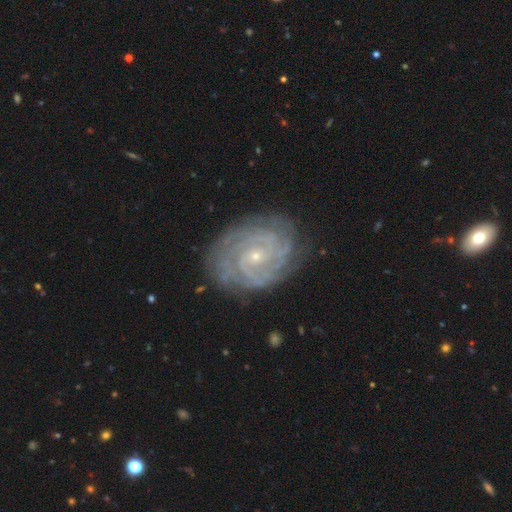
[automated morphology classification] Smooth or featured? featured or disk (85%)
Edge-on disk? no (97%)
Bar? no (59%)
Spiral arms? yes (97%)
Spiral winding? tight (78%)
Spiral arm count? 2 (28%)
Bulge size? small (72%)
Merging? none (82%)